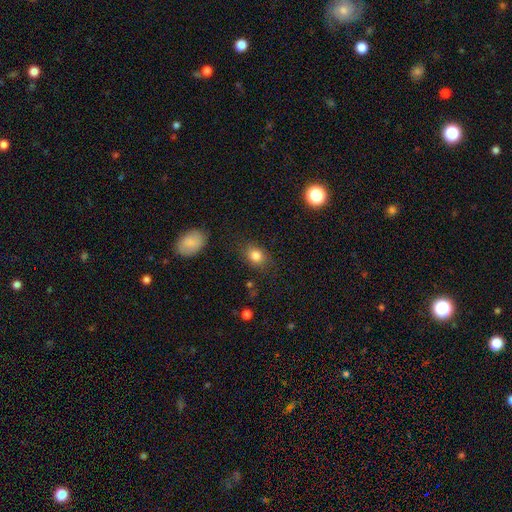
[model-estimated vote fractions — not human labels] Morphology: type=smooth (83%); roundness=in between (55%); merging=none (81%).